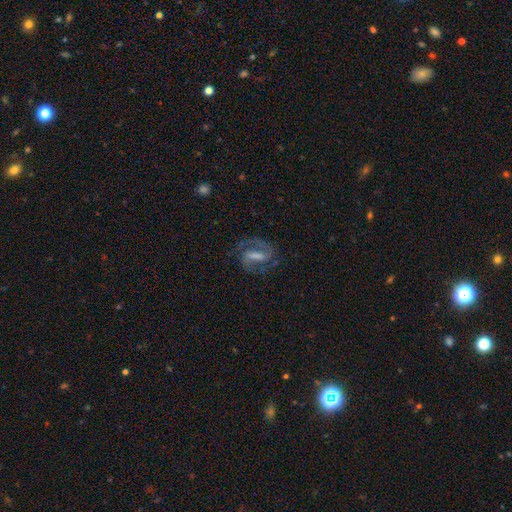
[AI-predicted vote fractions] This appears to be a featured or disk galaxy (83%) with a strong bar (53%), 2 (90%) medium (57%) spiral arms (95%) and no central bulge (30%). Merging: none (76%).